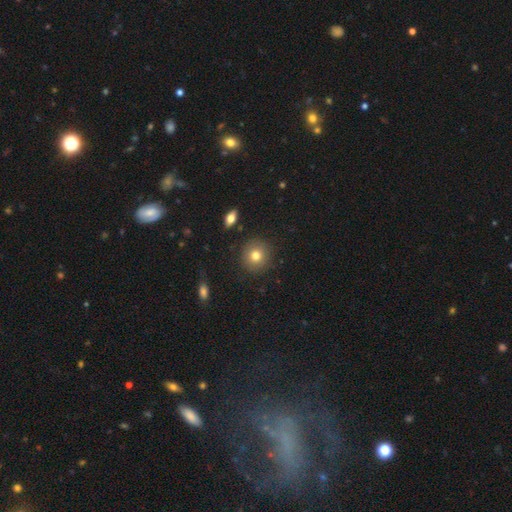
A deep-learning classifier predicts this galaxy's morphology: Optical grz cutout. It shows a smooth galaxy with no disk features (79%) that is round (90%). Merging: none (89%).